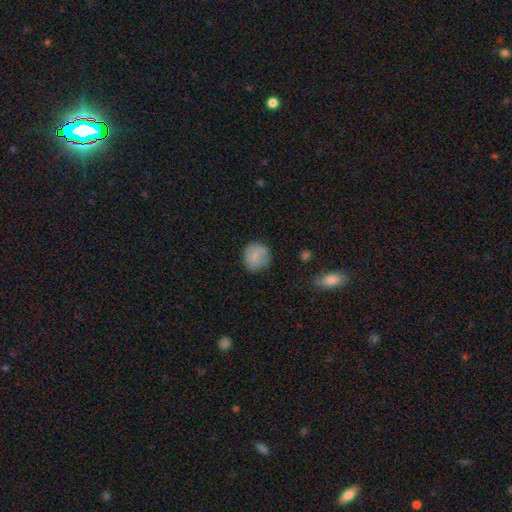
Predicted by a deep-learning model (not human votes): Smooth or featured? smooth (75%)
How rounded? round (88%)
Merging? none (74%)